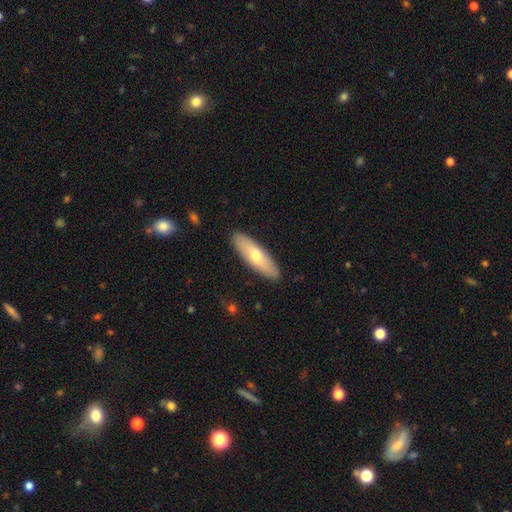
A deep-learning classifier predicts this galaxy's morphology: A smooth galaxy with no disk features (63%) that is in between round and cigar-shaped (49%, tied with cigar-shaped).

Vote fractions:
- Smooth or featured? smooth: 63% / featured or disk: 31% / star or artifact: 5%
- How rounded? in between: 49% (tied) / cigar-shaped: 49% (tied) / round: 2%
- Merging? none: 90% / minor disturbance: 8% / major disturbance: 2% / merger: 1%